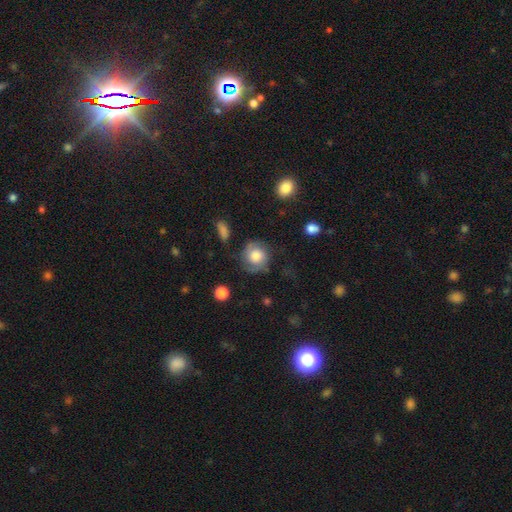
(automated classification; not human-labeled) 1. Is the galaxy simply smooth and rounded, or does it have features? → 54% featured or disk, 38% smooth, 9% star or artifact.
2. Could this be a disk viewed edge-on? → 97% no, 3% yes.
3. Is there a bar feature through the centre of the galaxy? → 75% no, 21% weak, 4% strong.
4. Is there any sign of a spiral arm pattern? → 86% yes, 14% no.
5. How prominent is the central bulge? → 50% large, 30% moderate, 8% dominant, 7% small, 5% none.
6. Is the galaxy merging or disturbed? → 70% none, 18% minor disturbance, 10% major disturbance, 2% merger.